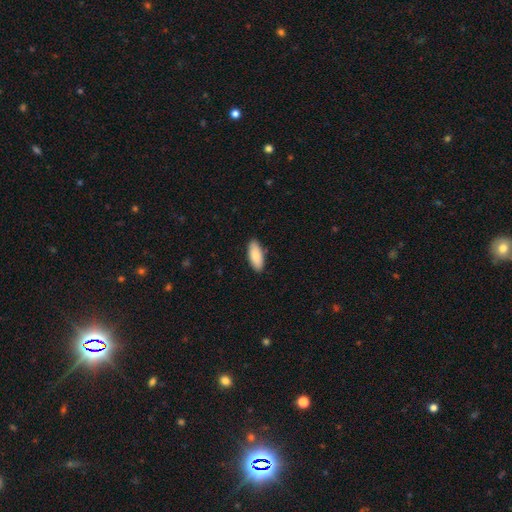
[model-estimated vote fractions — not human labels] A smooth galaxy with no disk features (86%) that is in between round and cigar-shaped (82%). Merging: none (87%).